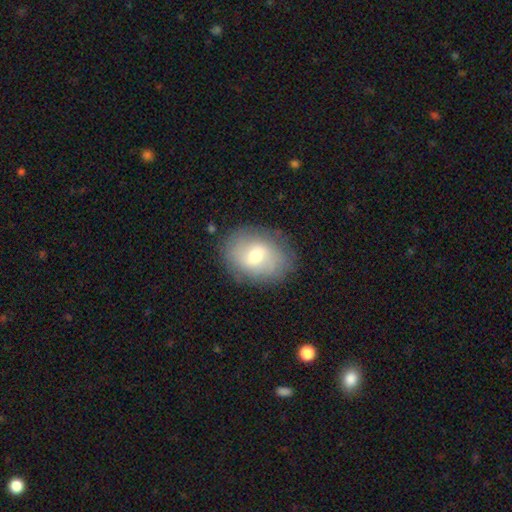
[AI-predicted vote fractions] A smooth galaxy with no disk features (48%). Merging: none (79%).